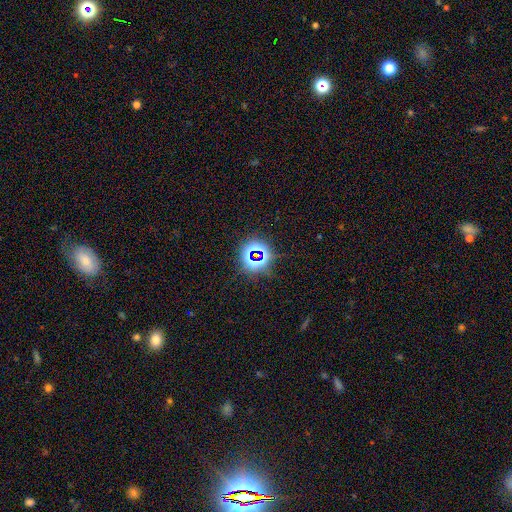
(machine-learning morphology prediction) star or artifact 75%, smooth 16%, featured or disk 9%.